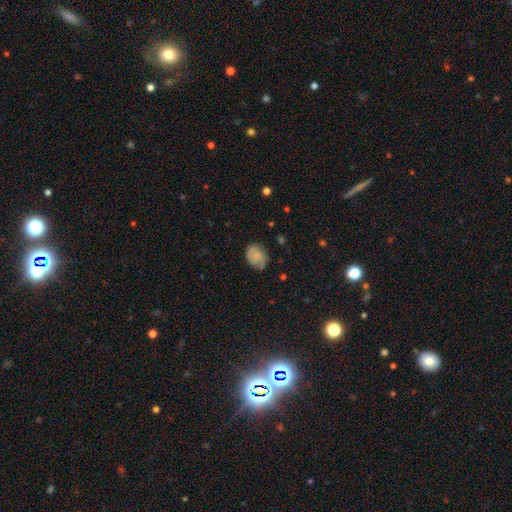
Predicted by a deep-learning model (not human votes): Overall: smooth (69%). How rounded: in between (61%; round 38%). Merging: none (70%).